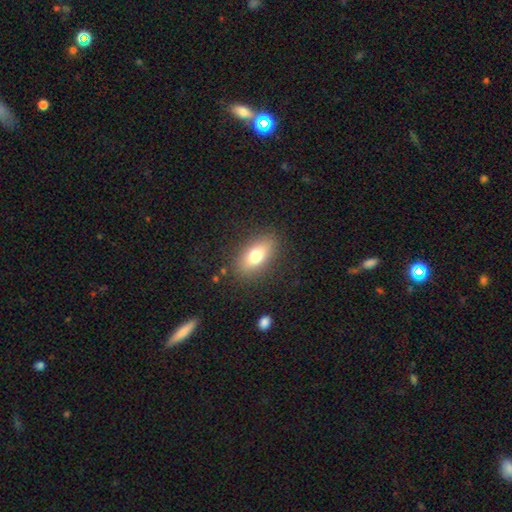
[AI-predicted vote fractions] Overall: smooth (75%). How rounded: in between (85%). Merging: none (86%).